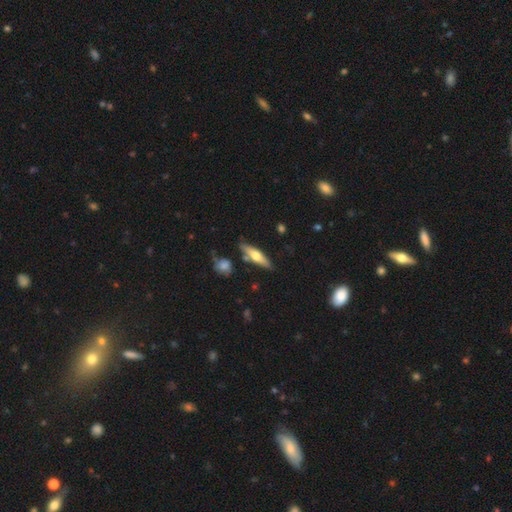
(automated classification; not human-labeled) Smooth or featured? smooth (51%)
How rounded? cigar-shaped (66%)
Merging? none (78%)